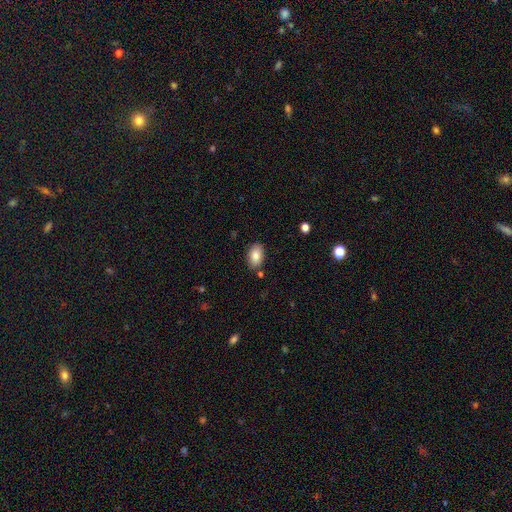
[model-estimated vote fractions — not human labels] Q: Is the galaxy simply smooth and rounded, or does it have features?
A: smooth — 86%.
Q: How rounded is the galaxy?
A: in between — 91%.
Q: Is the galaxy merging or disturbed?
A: none — 84%.